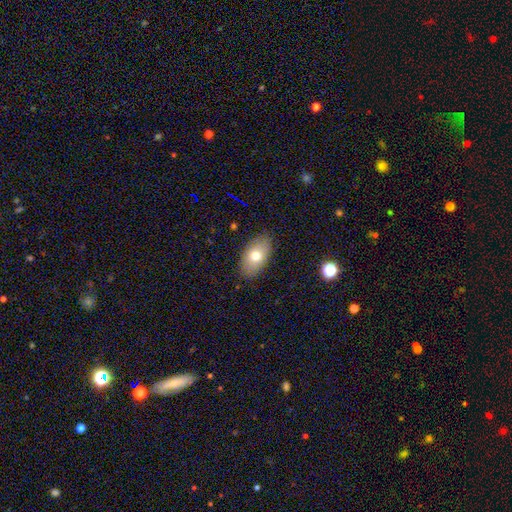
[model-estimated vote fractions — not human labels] A smooth galaxy with no disk features (72%) that is in between round and cigar-shaped (91%). Merging: none (86%).